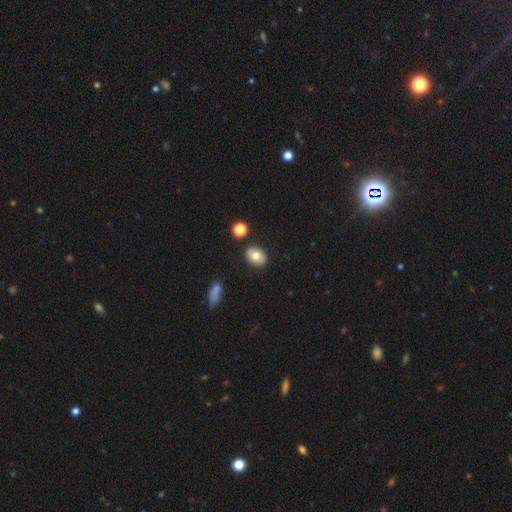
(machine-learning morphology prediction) This is likely a smooth galaxy (77%). How rounded: likely in between (75%). Merging: clearly none (85%).